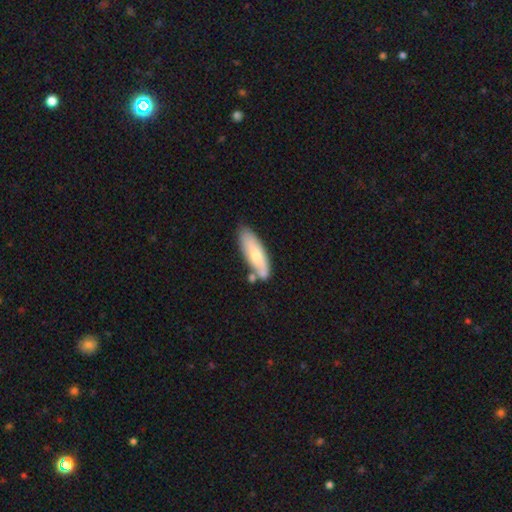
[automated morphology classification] This is likely a smooth galaxy (63%). How rounded: possibly in between (52%). Merging: possibly none (60%).